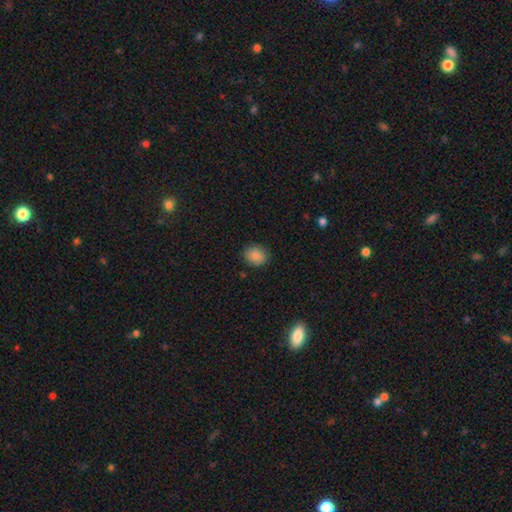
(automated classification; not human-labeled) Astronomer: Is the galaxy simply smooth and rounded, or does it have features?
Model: smooth — 87%.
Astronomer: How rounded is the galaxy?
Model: round — 63%.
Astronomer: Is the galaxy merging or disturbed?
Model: none — 86%.